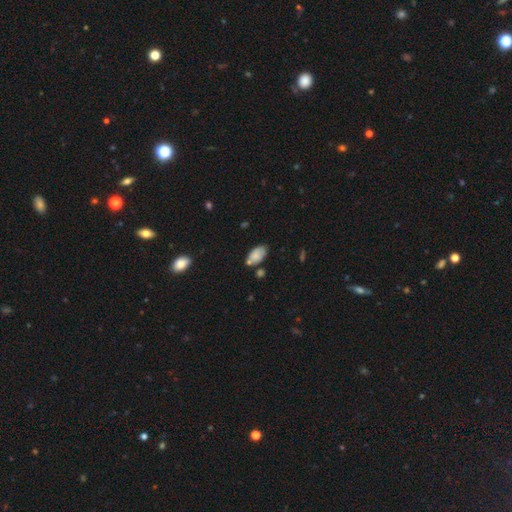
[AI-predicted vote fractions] smooth-or-featured: smooth: 78% | featured or disk: 13% | star or artifact: 9%
  how-rounded: in between: 93% | round: 5% | cigar-shaped: 2%
  merging: none: 57% | minor disturbance: 22% | merger: 15% | major disturbance: 5%